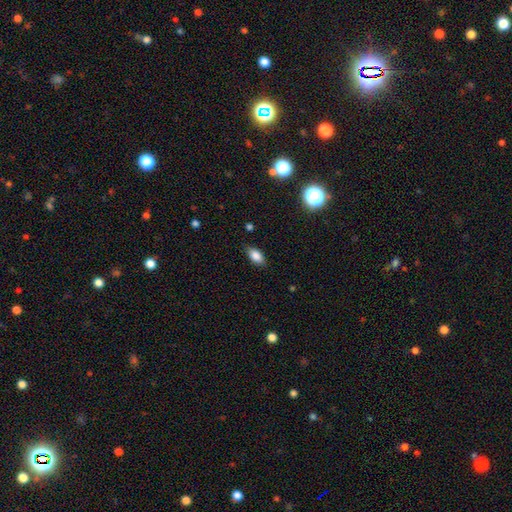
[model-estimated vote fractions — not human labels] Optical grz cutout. It shows a smooth galaxy with no disk features (84%) that is in between round and cigar-shaped (90%). Merging: none (83%).